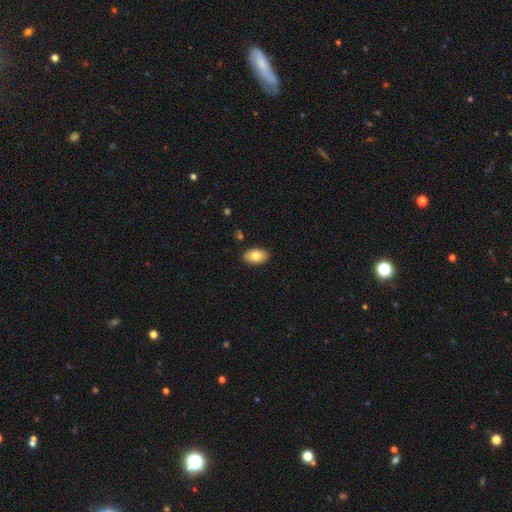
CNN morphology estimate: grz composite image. It shows a smooth galaxy with no disk features (81%) that is in between round and cigar-shaped (92%). Merging: none (88%).